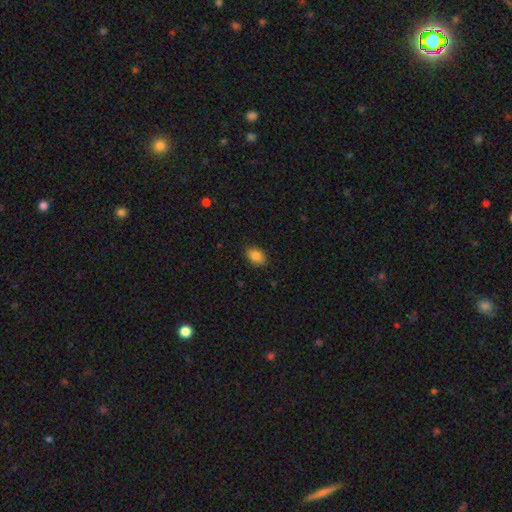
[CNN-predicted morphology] smooth_or_featured: smooth (p=0.87) [alt: star or artifact p=0.08]
how_rounded: in between (p=0.80) [alt: round p=0.18]
merging: none (p=0.87) [alt: minor disturbance p=0.10]